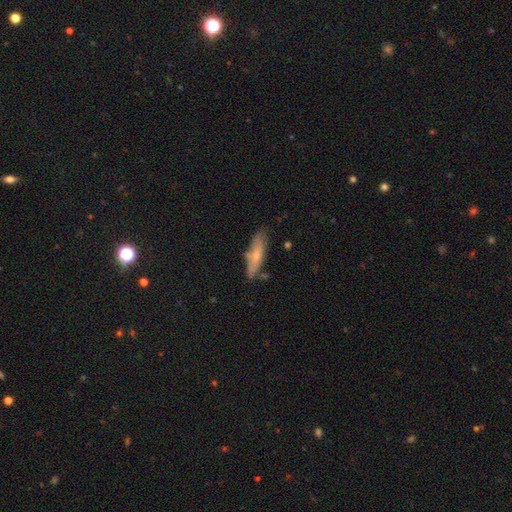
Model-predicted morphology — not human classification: Overall: smooth (59%; featured or disk 35%). How rounded: cigar-shaped (64%; in between 34%). Merging: none (70%).